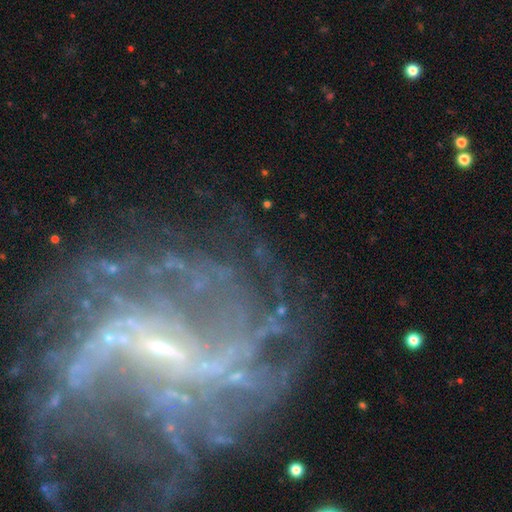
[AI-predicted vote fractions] A featured or disk galaxy (86%) with a weak bar (47%), medium (39%) spiral arms (91%) and a small central bulge (69%).

Vote fractions:
- Smooth or featured? featured or disk: 86% / star or artifact: 10% / smooth: 4%
- Edge-on disk? no: 97% / yes: 3%
- Bar? weak: 47% / strong: 35% / no: 19%
- Spiral arms? yes: 91% / no: 9%
- Spiral winding? medium: 39% / loose: 33% / tight: 28%
- Spiral arm count? can't tell: 32% / 2: 25% / 3: 13% / 4: 12% / more than 4: 10% / 1: 9%
- Bulge size? small: 69% / moderate: 15% / none: 14% / large: 1% / dominant: 1%
- Merging? none: 59% / major disturbance: 22% / minor disturbance: 16% / merger: 4%